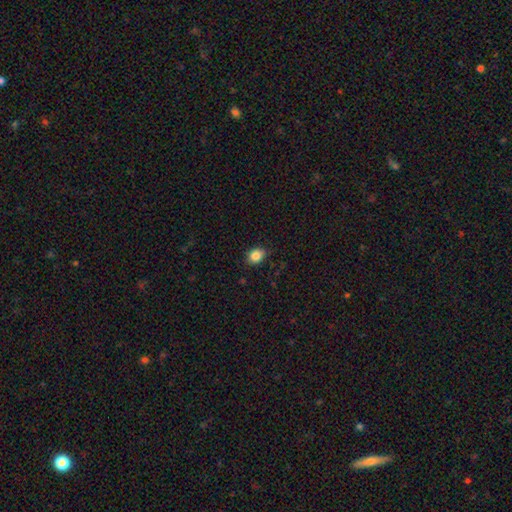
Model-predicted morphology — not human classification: Q: Smooth or featured?
A: smooth (85%); runner-up: star or artifact (10%)
Q: How rounded?
A: in between (50%); runner-up: round (49%)
Q: Merging?
A: none (83%); runner-up: minor disturbance (14%)